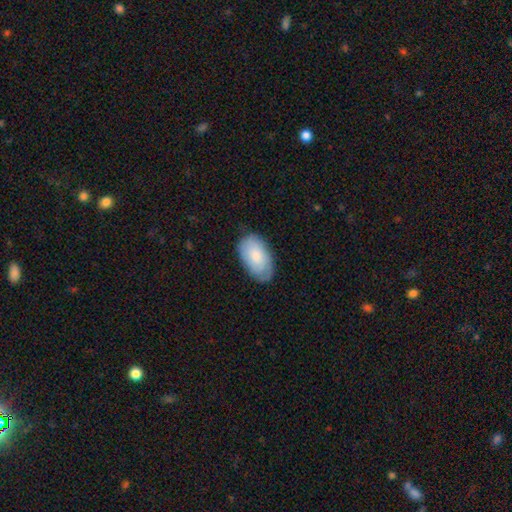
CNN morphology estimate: A smooth galaxy with no disk features (74%) that is in between round and cigar-shaped (95%).

Vote fractions:
- Smooth or featured? smooth: 74% / featured or disk: 20% / star or artifact: 6%
- How rounded? in between: 95% / round: 4% / cigar-shaped: 1%
- Merging? none: 76% / minor disturbance: 19% / major disturbance: 4% / merger: 1%